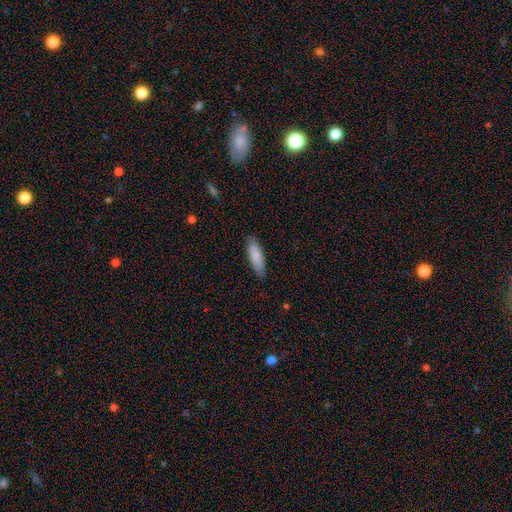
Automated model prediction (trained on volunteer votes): A smooth galaxy with no disk features (84%) that is in between round and cigar-shaped (51%).

Vote fractions:
- Smooth or featured? smooth: 84% / featured or disk: 10% / star or artifact: 6%
- How rounded? in between: 51% / cigar-shaped: 47% / round: 1%
- Merging? none: 85% / minor disturbance: 12% / major disturbance: 2% / merger: 1%